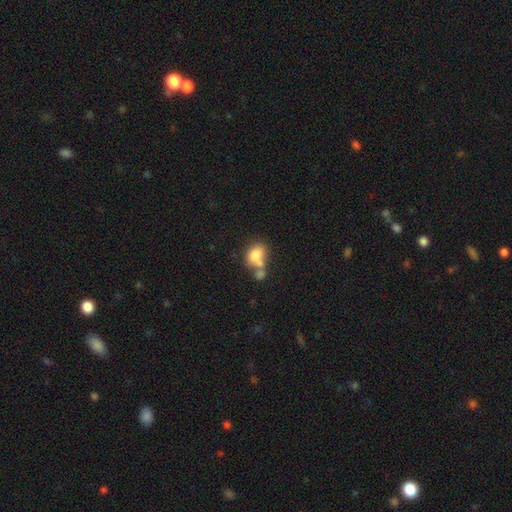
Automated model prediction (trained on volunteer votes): This appears to be a smooth galaxy with no disk features (77%) that is in between round and cigar-shaped (61%). Merging: merger (48%).